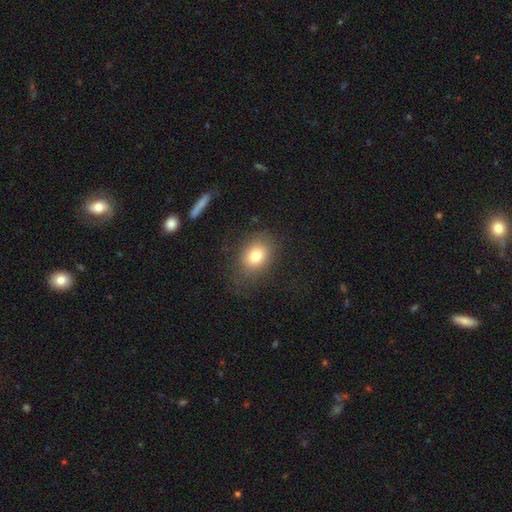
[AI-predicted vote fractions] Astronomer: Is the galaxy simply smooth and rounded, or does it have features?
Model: smooth — 77%.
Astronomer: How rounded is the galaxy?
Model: in between — 58% (runner-up: round, 40%).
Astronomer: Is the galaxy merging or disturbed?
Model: none — 76%.